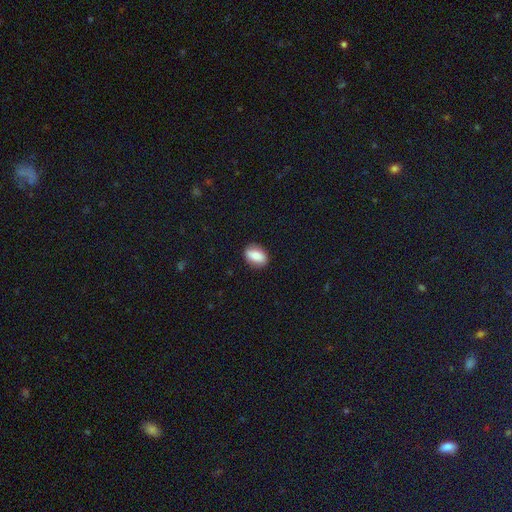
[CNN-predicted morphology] Q: Smooth or featured?
A: smooth (80%); runner-up: featured or disk (12%)
Q: How rounded?
A: in between (83%); runner-up: round (14%)
Q: Merging?
A: none (87%); runner-up: minor disturbance (10%)